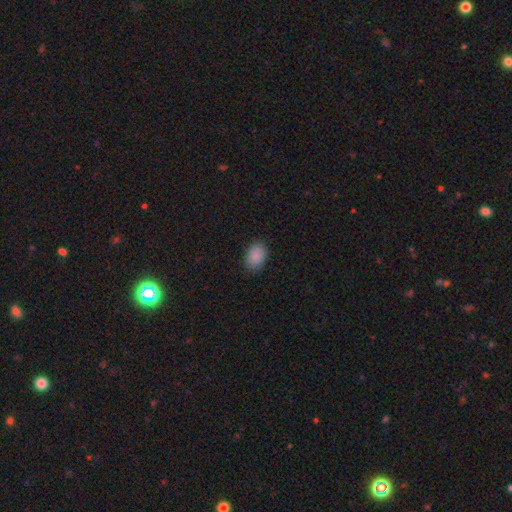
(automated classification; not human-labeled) This appears to be a smooth galaxy with no disk features (89%) that is in between round and cigar-shaped (78%). Merging: none (86%).